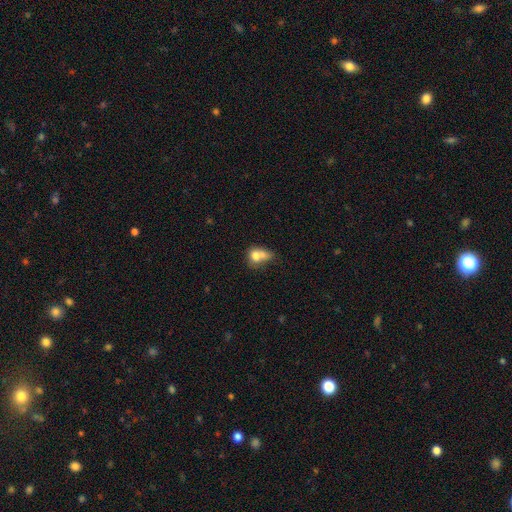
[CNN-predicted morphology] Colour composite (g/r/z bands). It shows a smooth galaxy with no disk features (69%) that is in between round and cigar-shaped (51%). Merging: merger (48%).